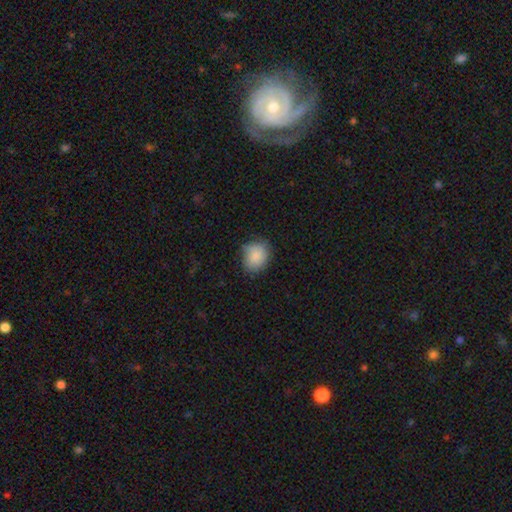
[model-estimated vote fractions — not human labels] Smooth or featured? smooth (87%)
How rounded? round (67%)
Merging? none (71%)